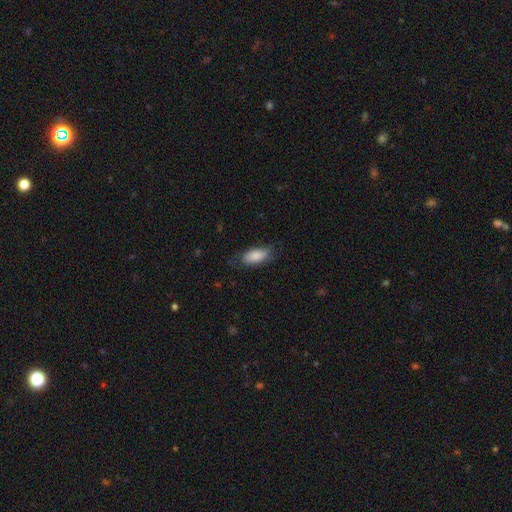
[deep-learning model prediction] Smooth or featured? smooth (84%)
How rounded? in between (85%)
Merging? none (70%)